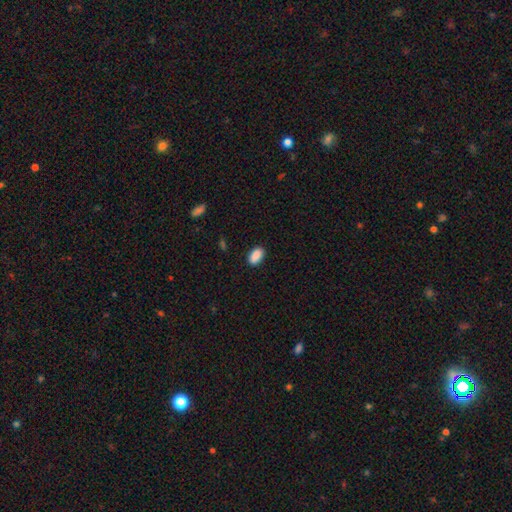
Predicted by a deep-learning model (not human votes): This is clearly a smooth galaxy (90%). How rounded: clearly in between (92%). Merging: clearly none (87%).